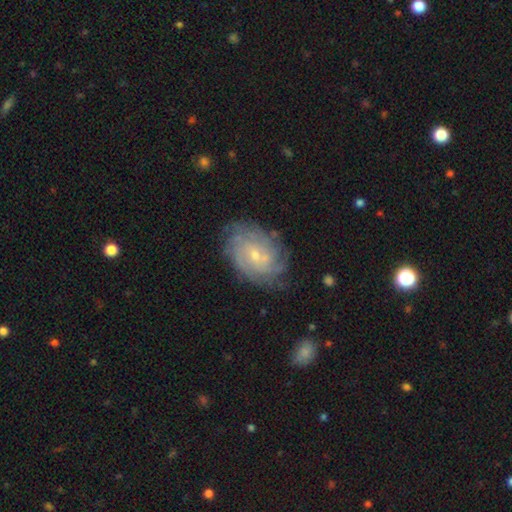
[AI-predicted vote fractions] A featured or disk galaxy (80%) with no bar (66%), tight (69%) spiral arms (94%) and a small central bulge (72%). Merging: none (76%).